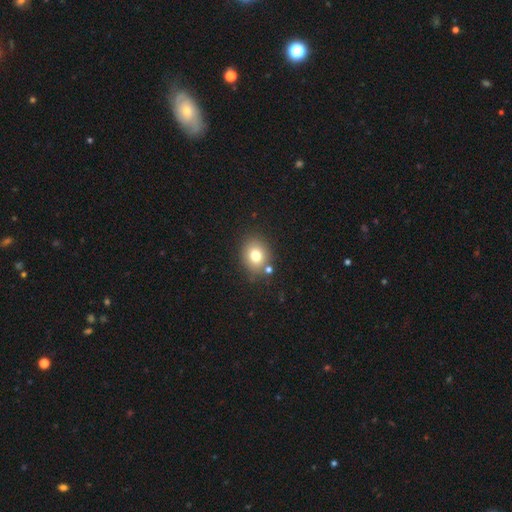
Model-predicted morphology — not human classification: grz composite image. It shows a smooth galaxy with no disk features (77%) that is round (61%). Merging: none (79%).